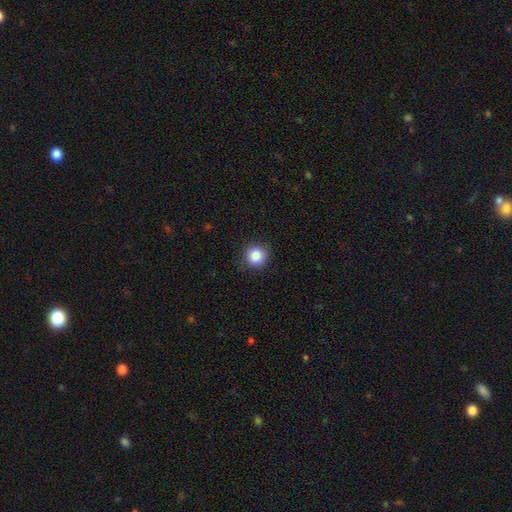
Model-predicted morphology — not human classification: smooth_or_featured: smooth (p=0.85) [alt: star or artifact p=0.10]
how_rounded: round (p=0.91) [alt: in between p=0.08]
merging: none (p=0.87) [alt: minor disturbance p=0.09]